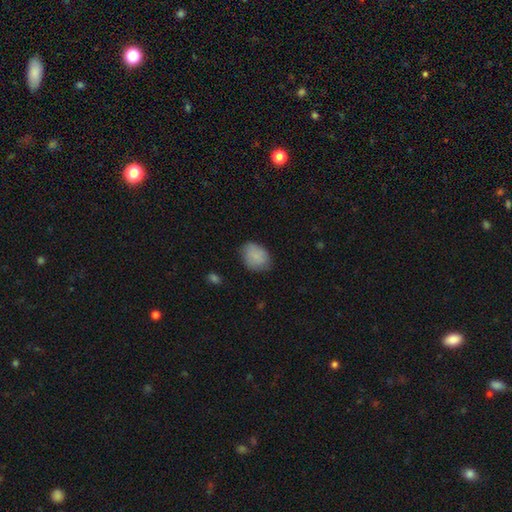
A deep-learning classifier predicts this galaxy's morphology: A smooth galaxy with no disk features (82%) that is in between round and cigar-shaped (67%). Merging: none (69%).